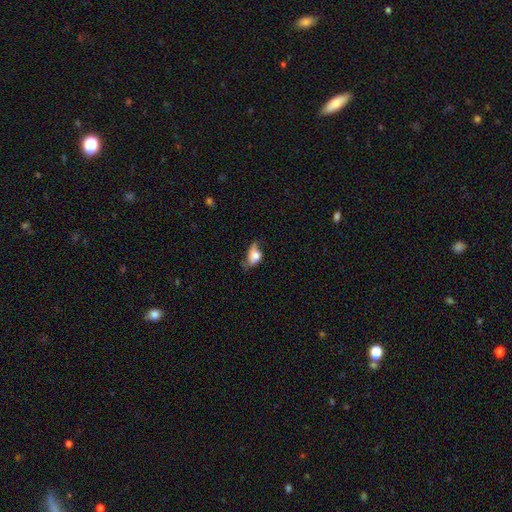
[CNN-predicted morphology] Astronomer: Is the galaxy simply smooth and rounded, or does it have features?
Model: smooth — 62%.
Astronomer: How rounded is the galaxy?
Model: in between — 84%.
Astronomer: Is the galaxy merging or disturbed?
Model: minor disturbance — 36% (runner-up: none, 31%).